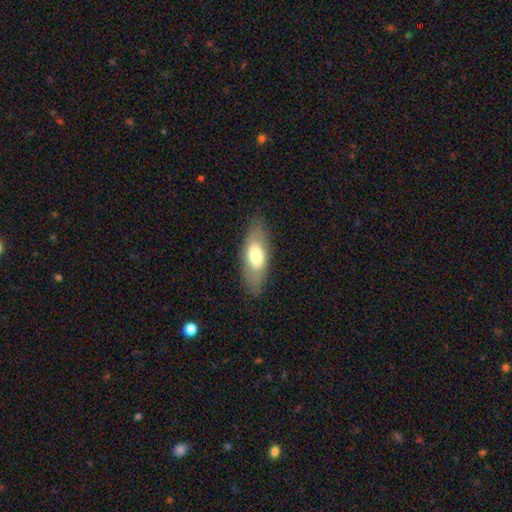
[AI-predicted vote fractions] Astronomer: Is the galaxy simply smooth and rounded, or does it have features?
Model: smooth — 66%.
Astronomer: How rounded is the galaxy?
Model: in between — 78%.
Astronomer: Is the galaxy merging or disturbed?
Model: none — 81%.